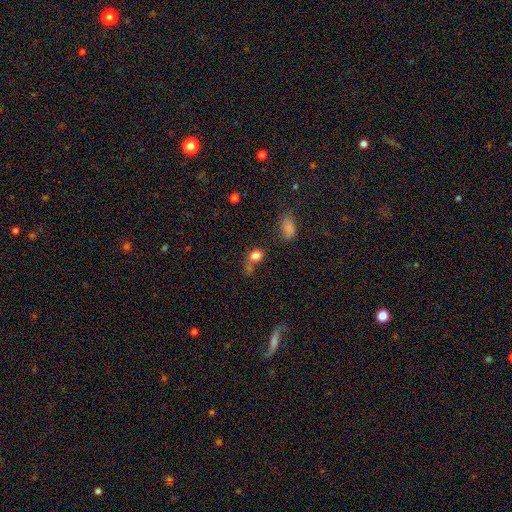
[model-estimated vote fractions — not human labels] Smooth or featured: smooth — 78% (star or artifact — 14%)
How rounded: round — 60% (in between — 37%)
Merging: none — 43% (merger — 20%)